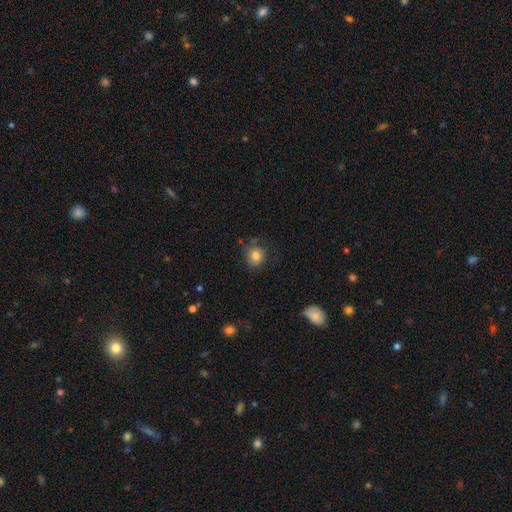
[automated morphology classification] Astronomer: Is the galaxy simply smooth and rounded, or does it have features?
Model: smooth — 81%.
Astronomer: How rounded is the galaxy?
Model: round — 77%.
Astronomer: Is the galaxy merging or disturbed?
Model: none — 73%.